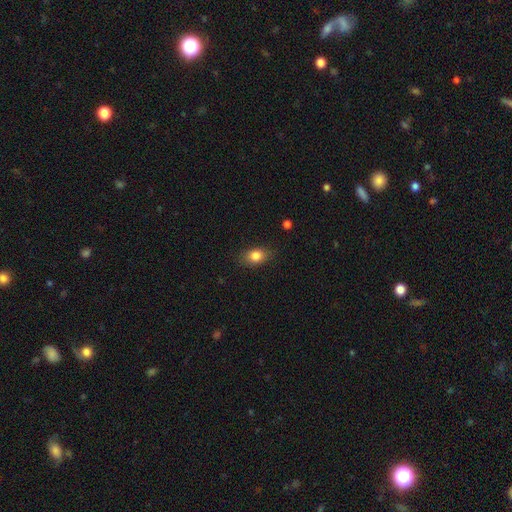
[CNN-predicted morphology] Overall: smooth (83%). How rounded: in between (77%). Merging: none (83%).